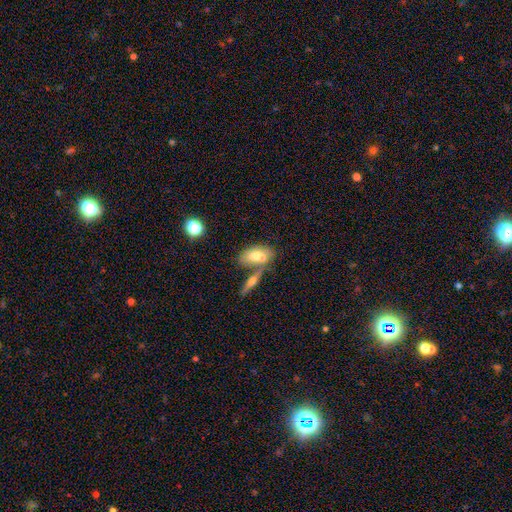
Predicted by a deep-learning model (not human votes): Overall: smooth (66%; featured or disk 27%). How rounded: in between (86%). Merging: merger (44%; none 41%).